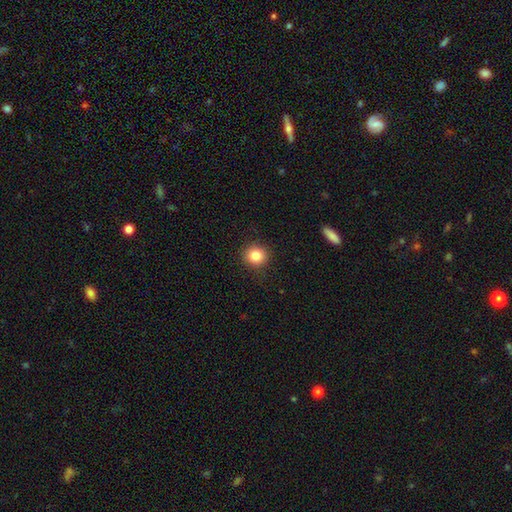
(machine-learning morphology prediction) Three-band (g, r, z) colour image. It shows a smooth galaxy with no disk features (84%) that is round (89%). Merging: none (90%).